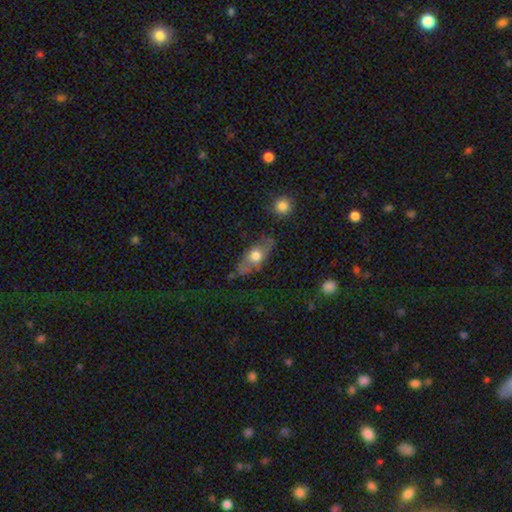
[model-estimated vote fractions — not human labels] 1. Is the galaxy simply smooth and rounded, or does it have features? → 54% smooth, 38% featured or disk, 8% star or artifact.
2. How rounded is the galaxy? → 71% in between, 20% cigar-shaped, 9% round.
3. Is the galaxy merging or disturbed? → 67% none, 21% minor disturbance, 7% major disturbance, 4% merger.